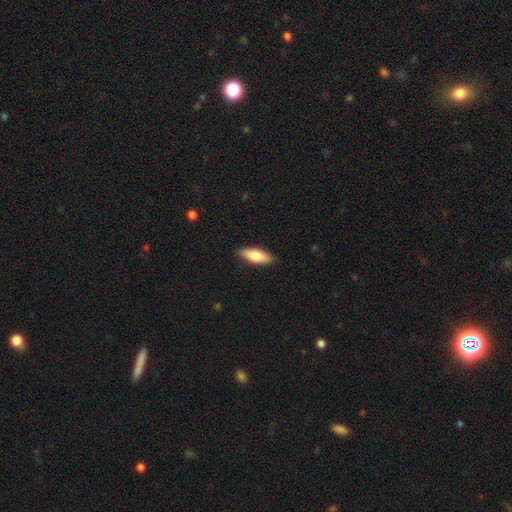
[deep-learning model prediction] smooth 77%, featured or disk 17%, star or artifact 6%. Down the decision tree: how rounded — in between (69%); merging — none (86%).